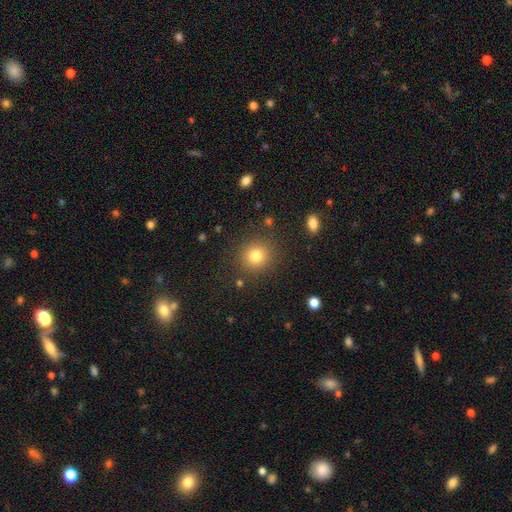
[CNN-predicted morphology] This is clearly a smooth galaxy (81%). How rounded: clearly round (89%). Merging: clearly none (87%).